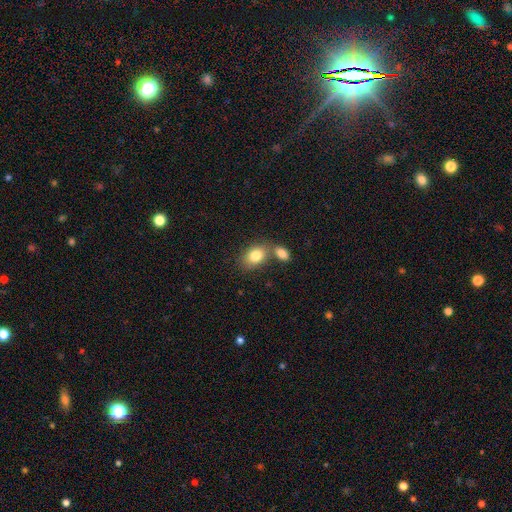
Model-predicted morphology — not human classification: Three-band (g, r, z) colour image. It shows a smooth galaxy with no disk features (82%) that is in between round and cigar-shaped (79%). Merging: none (51%).